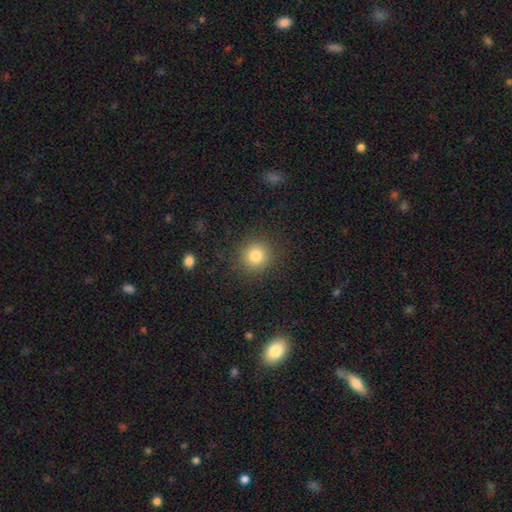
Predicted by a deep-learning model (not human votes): Overall: smooth (81%). How rounded: round (91%). Merging: none (89%).